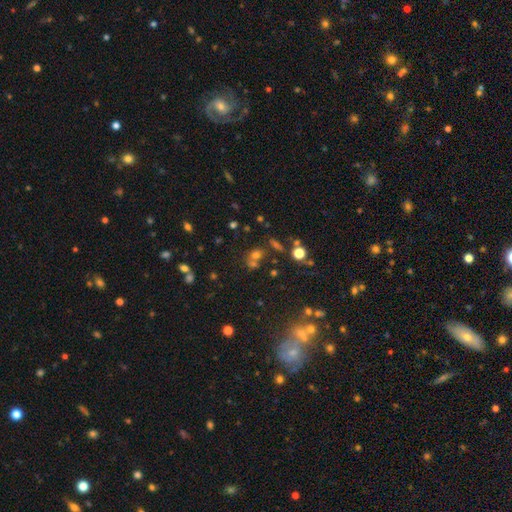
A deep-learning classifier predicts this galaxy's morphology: smooth-or-featured: smooth: 52% | star or artifact: 37% | featured or disk: 12%
  how-rounded: round: 69% | in between: 29% | cigar-shaped: 2%
  merging: none: 54% | merger: 30% | minor disturbance: 10% | major disturbance: 6%